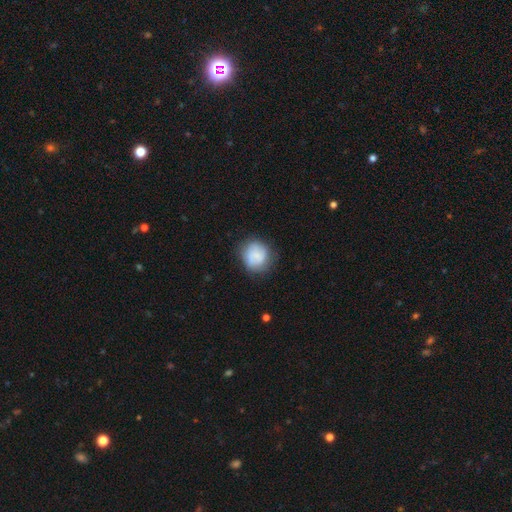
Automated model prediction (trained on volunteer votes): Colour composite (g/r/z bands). It shows a smooth galaxy with no disk features (67%) that is round (87%). Merging: none (75%).